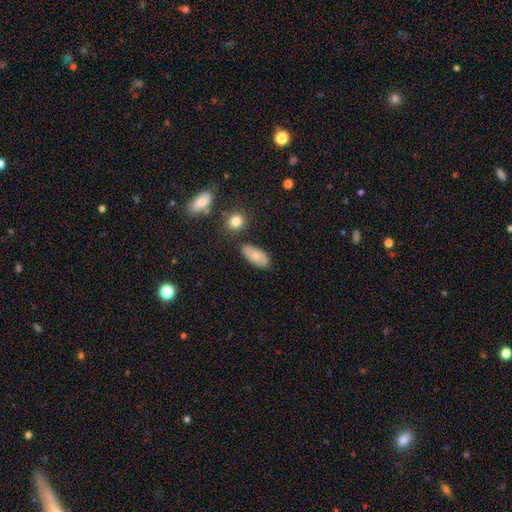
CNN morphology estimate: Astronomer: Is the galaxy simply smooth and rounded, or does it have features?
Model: smooth — 68%.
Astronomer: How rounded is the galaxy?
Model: in between — 91%.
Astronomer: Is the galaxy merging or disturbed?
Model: none — 78%.